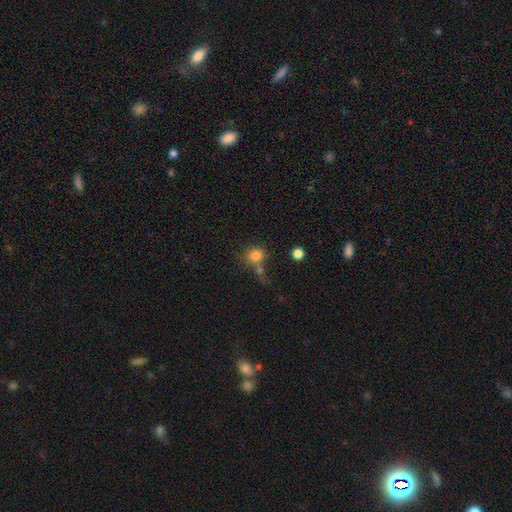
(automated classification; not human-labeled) Q: Smooth or featured?
A: smooth (81%); runner-up: star or artifact (11%)
Q: How rounded?
A: round (74%); runner-up: in between (24%)
Q: Merging?
A: none (47%); runner-up: merger (29%)